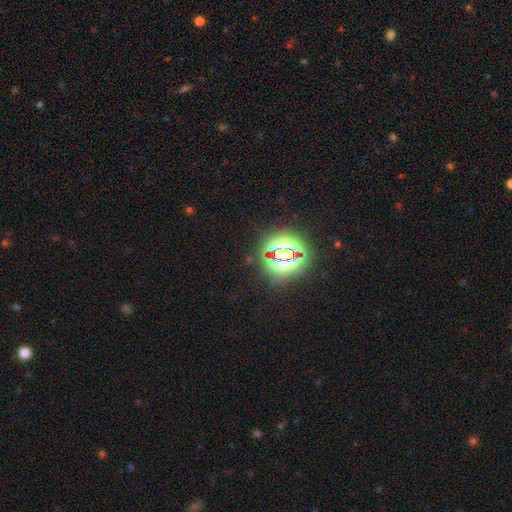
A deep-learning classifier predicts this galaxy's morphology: Smooth or featured? star or artifact (79%)